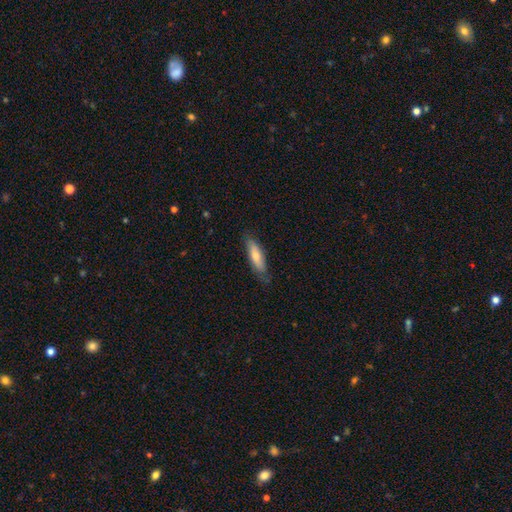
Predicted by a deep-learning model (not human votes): Overall: smooth (70%). How rounded: cigar-shaped (55%; in between 43%). Merging: none (74%).